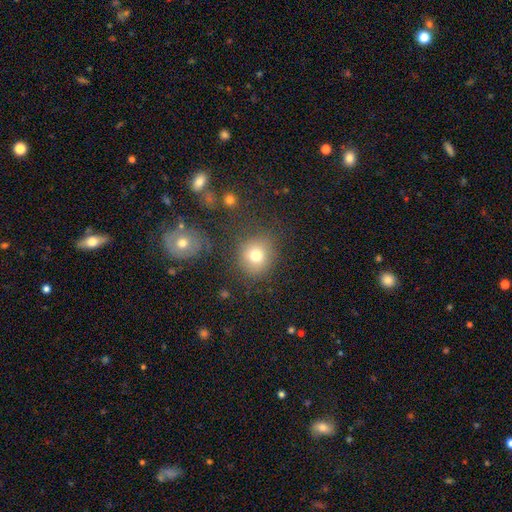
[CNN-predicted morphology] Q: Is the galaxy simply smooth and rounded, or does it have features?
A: smooth — 76%.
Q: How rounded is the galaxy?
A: round — 83%.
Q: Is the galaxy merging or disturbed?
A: none — 77%.